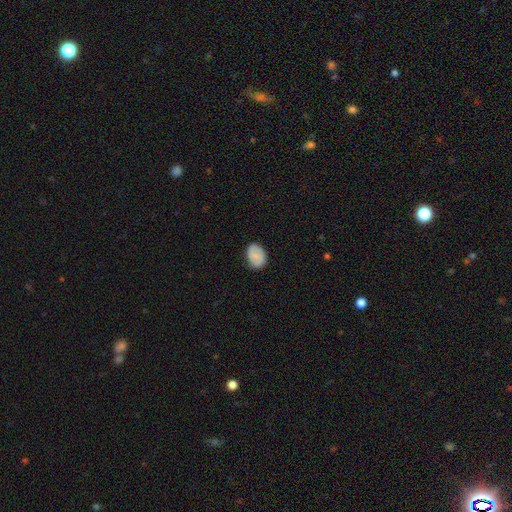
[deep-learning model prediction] Smooth or featured? smooth (74%)
How rounded? in between (69%)
Merging? none (82%)